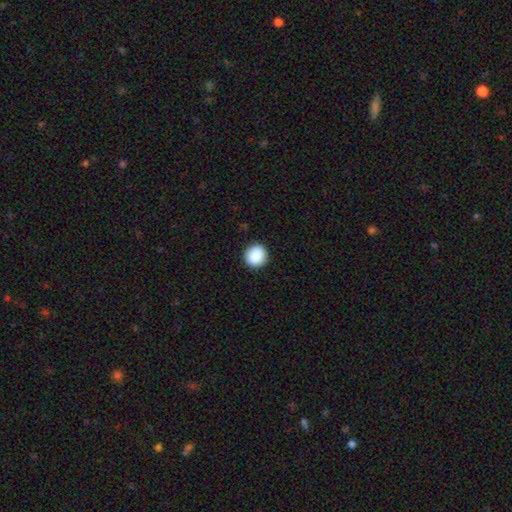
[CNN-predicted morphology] smooth_or_featured: smooth (p=0.89) [alt: star or artifact p=0.08]
how_rounded: round (p=0.90) [alt: in between p=0.09]
merging: none (p=0.91) [alt: minor disturbance p=0.06]